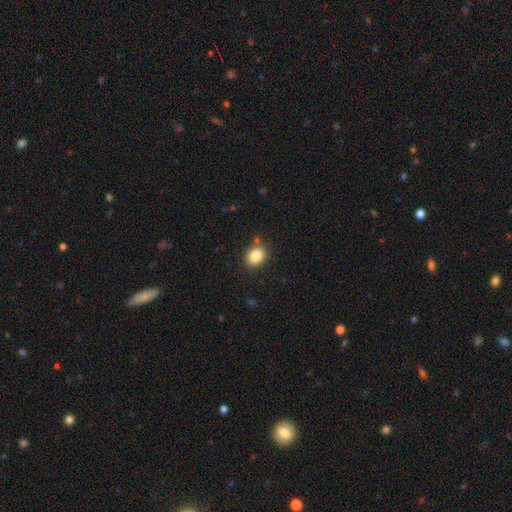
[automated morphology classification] A smooth galaxy with no disk features (85%) that is round (52%). Merging: none (83%).